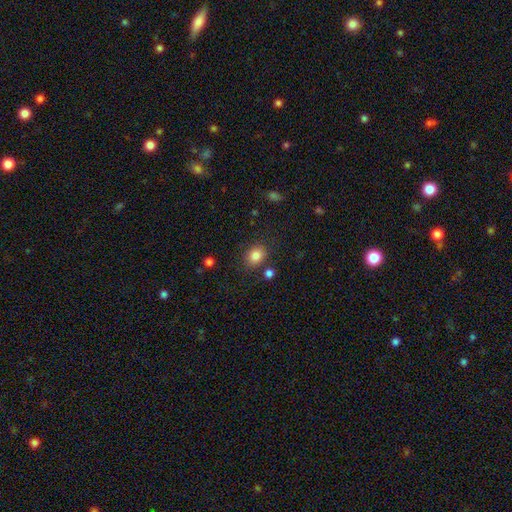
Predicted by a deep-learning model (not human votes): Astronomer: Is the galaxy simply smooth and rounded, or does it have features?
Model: smooth — 84%.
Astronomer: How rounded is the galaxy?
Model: round — 51% (runner-up: in between, 48%).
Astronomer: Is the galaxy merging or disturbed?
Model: none — 79%.